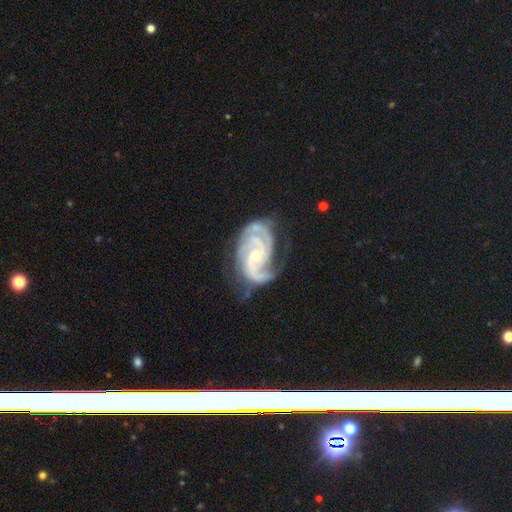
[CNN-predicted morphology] This is clearly a featured or disk galaxy (93%). It is clearly not viewed edge-on (98%). Bar: possibly no (57%). Spiral arm pattern: clearly yes (99%). Spiral arm count: marginally 3 (39%). Spiral winding: possibly tight (56%). Central bulge: possibly small (57%). Merging: likely none (65%).